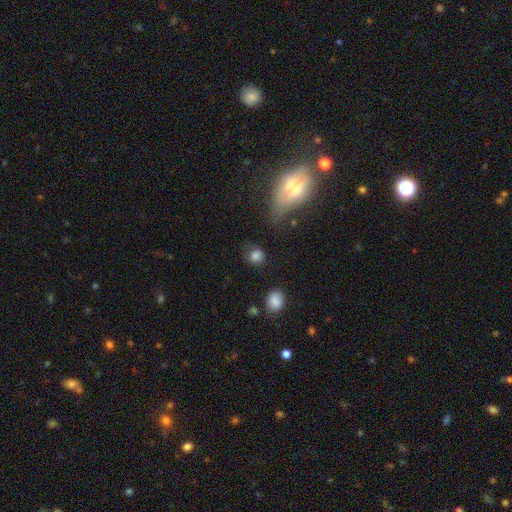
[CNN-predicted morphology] A smooth galaxy with no disk features (82%) that is round (80%). Merging: none (73%).